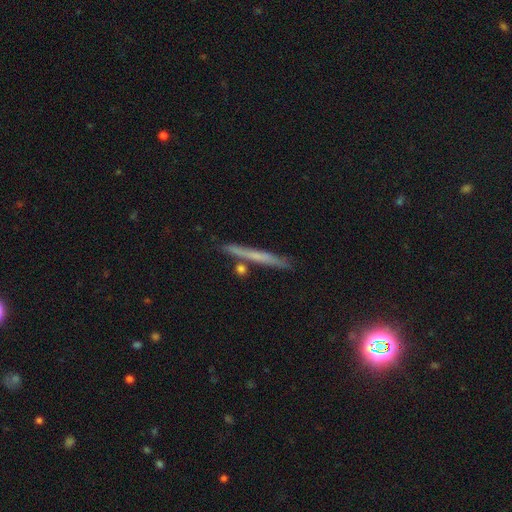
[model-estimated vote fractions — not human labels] Overall: smooth (47%; featured or disk 45%). Merging: none (84%).